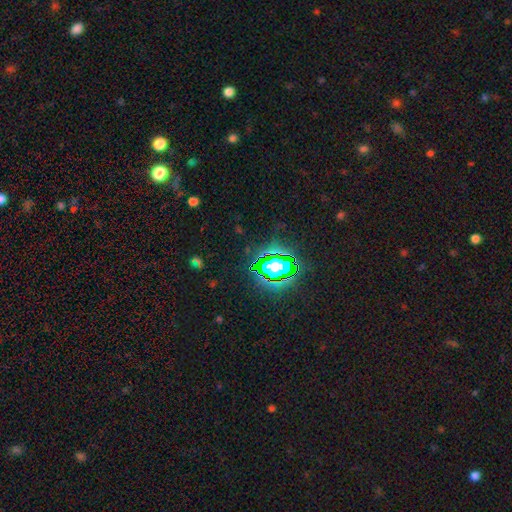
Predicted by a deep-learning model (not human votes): Smooth or featured?
  - star or artifact: 78% *
  - smooth: 13%
  - featured or disk: 8%